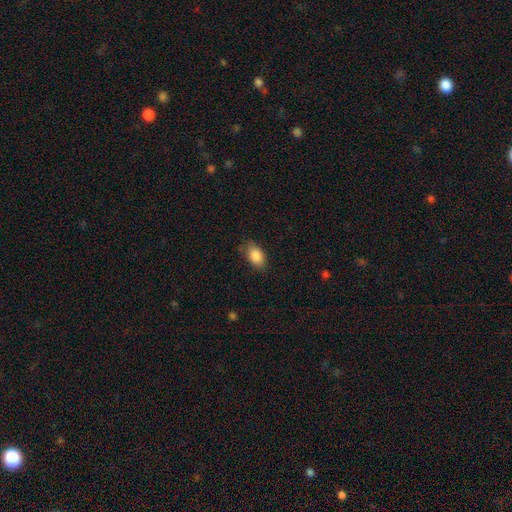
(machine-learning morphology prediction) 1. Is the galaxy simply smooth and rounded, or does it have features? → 86% smooth, 7% star or artifact, 7% featured or disk.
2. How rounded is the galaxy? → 90% in between, 8% round, 2% cigar-shaped.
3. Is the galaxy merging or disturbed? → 78% none, 17% minor disturbance, 4% major disturbance, 1% merger.